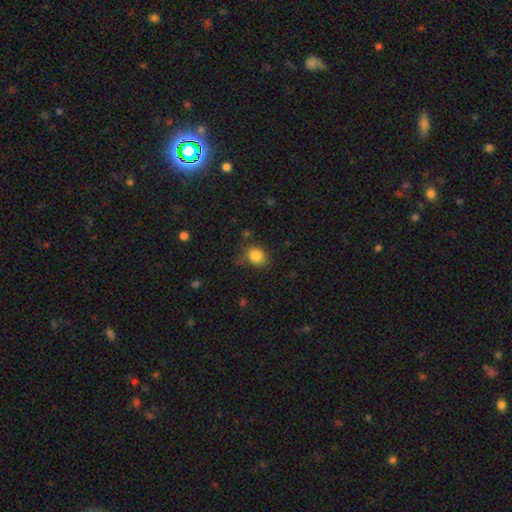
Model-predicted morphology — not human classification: smooth_or_featured: smooth (p=0.84) [alt: star or artifact p=0.11]
how_rounded: round (p=0.72) [alt: in between p=0.27]
merging: none (p=0.68) [alt: minor disturbance p=0.21]